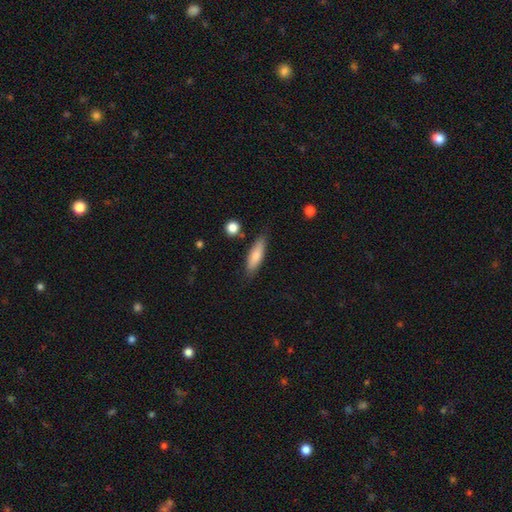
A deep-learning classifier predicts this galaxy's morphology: Smooth or featured? smooth (78%)
How rounded? cigar-shaped (60%)
Merging? none (82%)